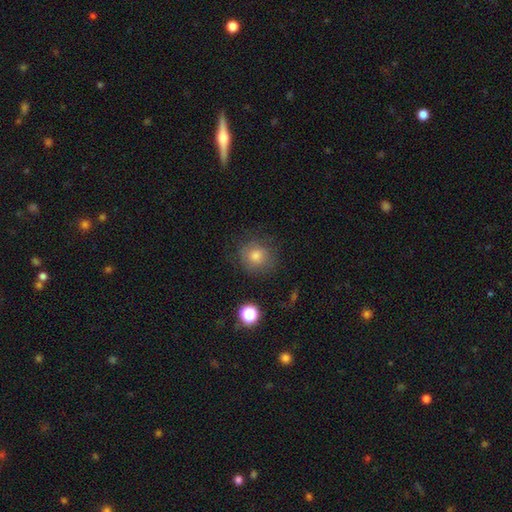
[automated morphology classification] smooth_or_featured: smooth (p=0.71) [alt: star or artifact p=0.15]
how_rounded: round (p=0.86) [alt: in between p=0.13]
merging: none (p=0.79) [alt: minor disturbance p=0.14]